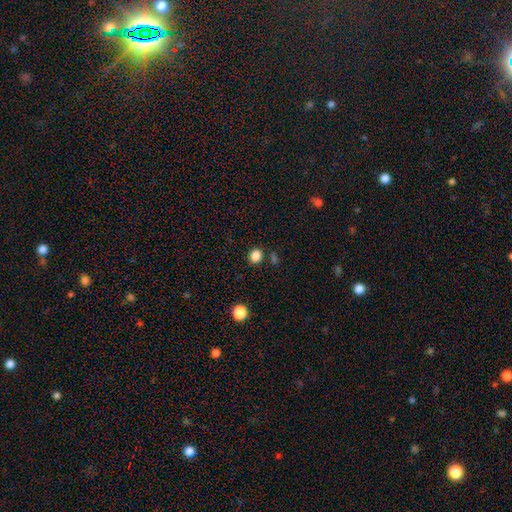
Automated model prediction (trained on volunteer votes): Smooth or featured?
  - smooth: 84% *
  - star or artifact: 12%
  - featured or disk: 3%
How rounded?
  - round: 72% *
  - in between: 27%
  - cigar-shaped: 1%
Merging?
  - none: 83% *
  - minor disturbance: 9%
  - merger: 5%
  - major disturbance: 3%